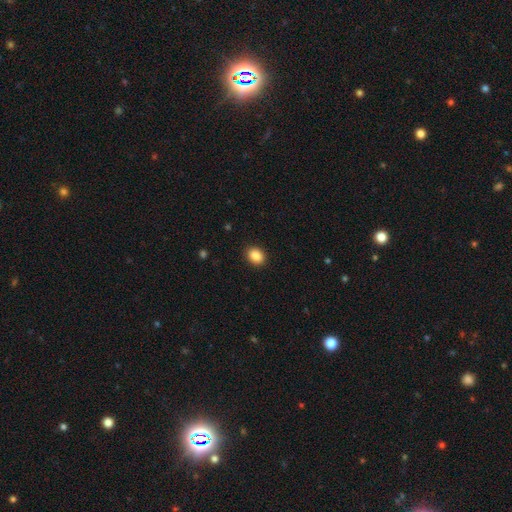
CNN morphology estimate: Q: Smooth or featured?
A: smooth (88%); runner-up: star or artifact (9%)
Q: How rounded?
A: in between (57%); runner-up: round (42%)
Q: Merging?
A: none (91%); runner-up: minor disturbance (7%)